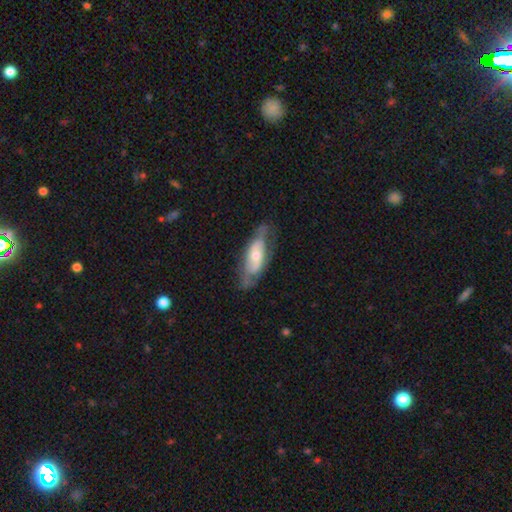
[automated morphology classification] featured or disk 57%, smooth 37%, star or artifact 6%. Down the decision tree: edge-on disk — no (80%); merging — none (62%).